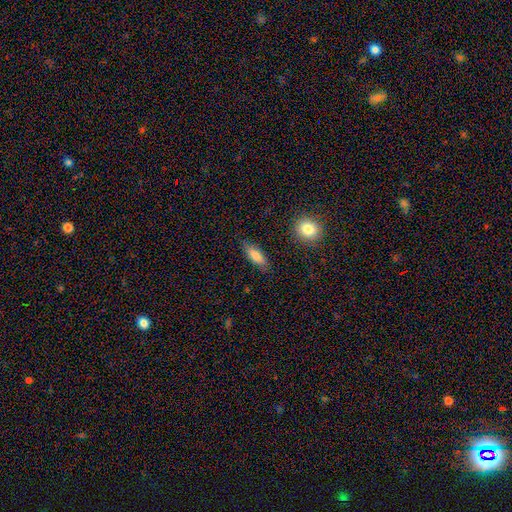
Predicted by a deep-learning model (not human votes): smooth 79%, featured or disk 14%, star or artifact 7%. Down the decision tree: how rounded — in between (63%); merging — none (82%).